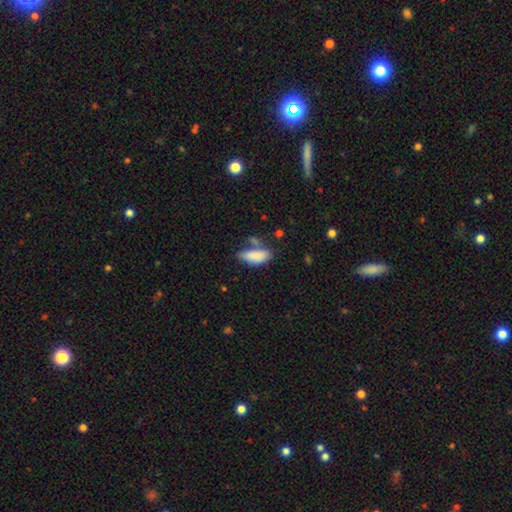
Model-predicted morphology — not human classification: Smooth or featured: smooth — 84% (featured or disk — 8%)
How rounded: in between — 81% (cigar-shaped — 17%)
Merging: none — 47% (minor disturbance — 26%)